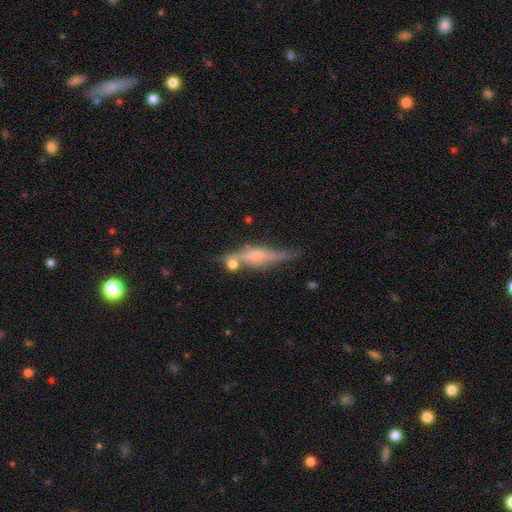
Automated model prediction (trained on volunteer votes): Smooth or featured? Predicted: featured or disk (p=0.68). Edge-on disk? Predicted: yes (p=0.93). Edge-on bulge? Predicted: rounded (p=0.69). Merging? Predicted: none (p=0.67).